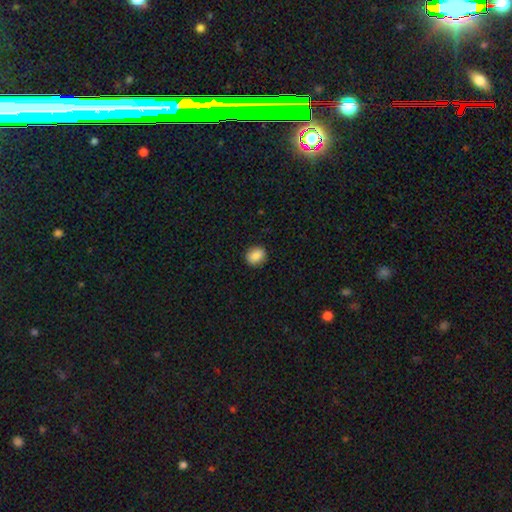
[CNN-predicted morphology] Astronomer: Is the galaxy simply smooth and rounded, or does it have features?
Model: smooth — 87%.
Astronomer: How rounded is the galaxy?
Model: round — 53% (runner-up: in between, 46%).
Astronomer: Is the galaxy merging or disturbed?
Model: none — 88%.